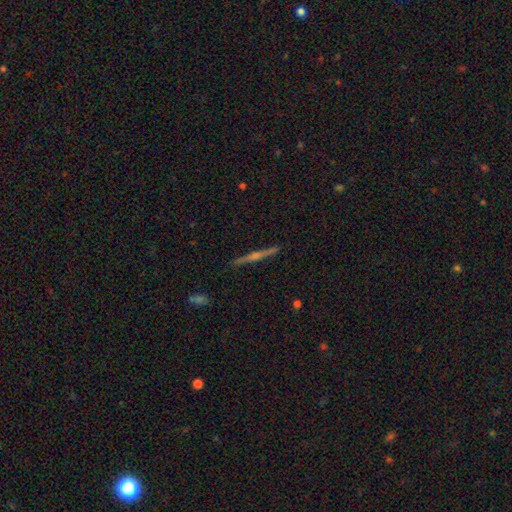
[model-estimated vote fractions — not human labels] Q: Smooth or featured?
A: featured or disk (76%); runner-up: smooth (17%)
Q: Edge-on disk?
A: yes (98%); runner-up: no (2%)
Q: Edge-on bulge?
A: rounded (81%); runner-up: none (12%)
Q: Merging?
A: none (92%); runner-up: minor disturbance (6%)